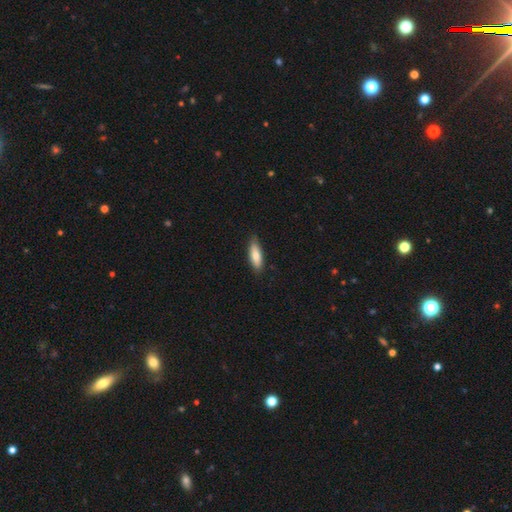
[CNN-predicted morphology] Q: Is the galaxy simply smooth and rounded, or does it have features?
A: smooth — 78%.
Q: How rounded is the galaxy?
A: in between — 50%.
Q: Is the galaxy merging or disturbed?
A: none — 83%.